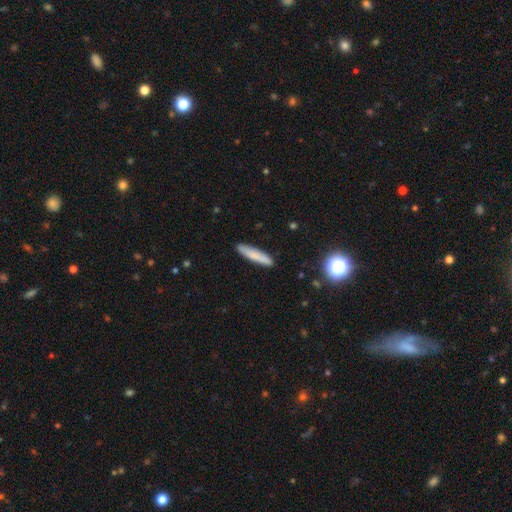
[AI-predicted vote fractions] A smooth galaxy with no disk features (77%) that is cigar-shaped (87%).

Vote fractions:
- Smooth or featured? smooth: 77% / featured or disk: 16% / star or artifact: 7%
- How rounded? cigar-shaped: 87% / in between: 12% / round: 1%
- Merging? none: 89% / minor disturbance: 8% / major disturbance: 2% / merger: 1%